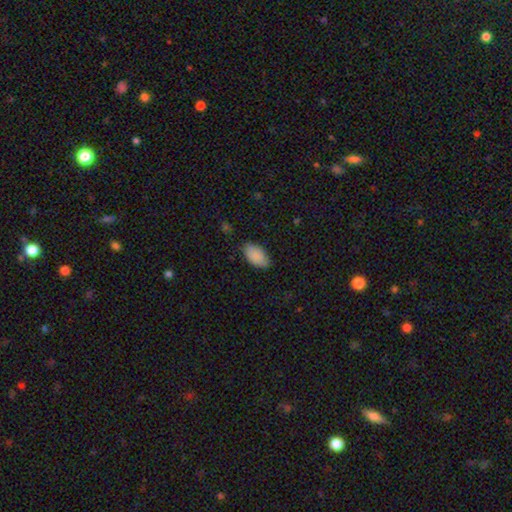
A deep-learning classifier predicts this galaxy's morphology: smooth_or_featured: smooth (p=0.89) [alt: star or artifact p=0.07]
how_rounded: in between (p=0.94) [alt: round p=0.03]
merging: none (p=0.80) [alt: minor disturbance p=0.16]